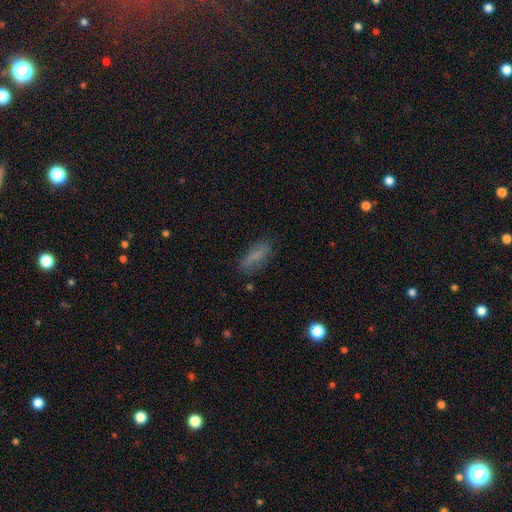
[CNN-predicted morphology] Overall: smooth (72%). How rounded: in between (58%; cigar-shaped 39%). Merging: none (76%).